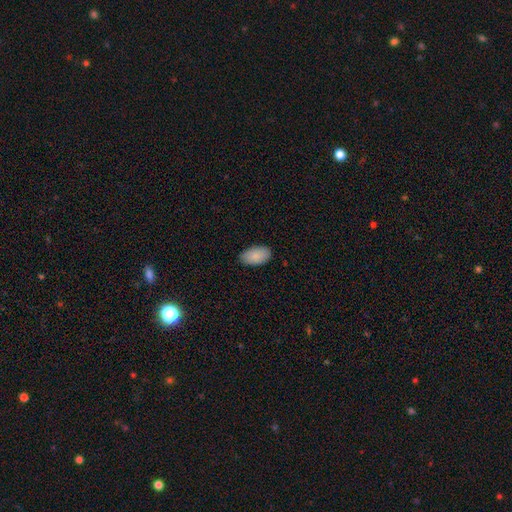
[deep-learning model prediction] Q: Smooth or featured?
A: smooth (87%); runner-up: featured or disk (6%)
Q: How rounded?
A: in between (95%); runner-up: round (3%)
Q: Merging?
A: none (86%); runner-up: minor disturbance (11%)